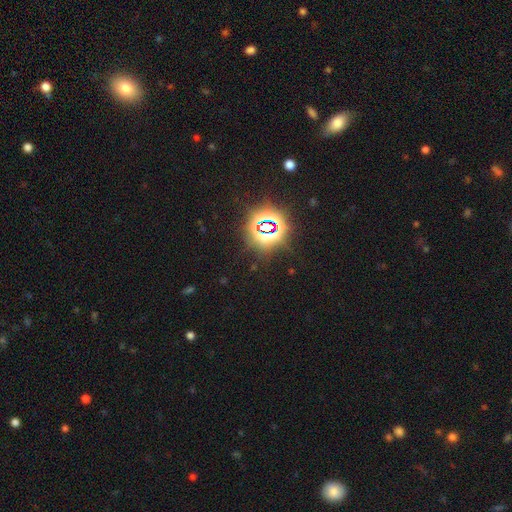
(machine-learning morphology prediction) smooth_or_featured: star or artifact (p=0.82) [alt: smooth p=0.12]